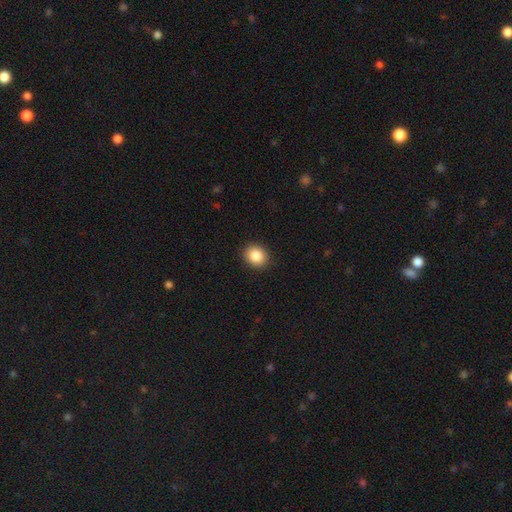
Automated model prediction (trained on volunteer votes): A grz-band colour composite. It shows a smooth galaxy with no disk features (86%) that is round (69%). Merging: none (91%).